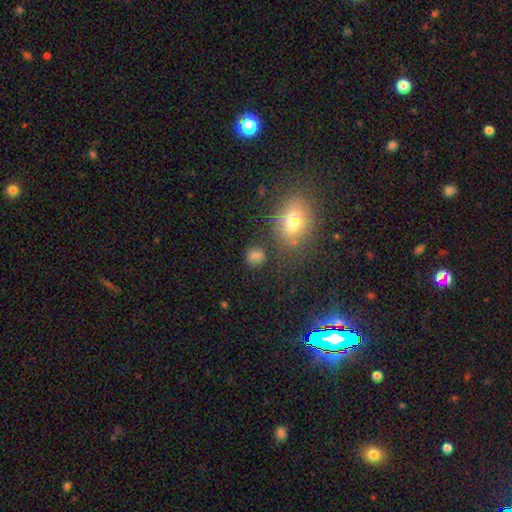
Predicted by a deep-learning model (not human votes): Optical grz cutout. It shows a smooth galaxy with no disk features (74%) that is round (74%). Merging: none (79%).